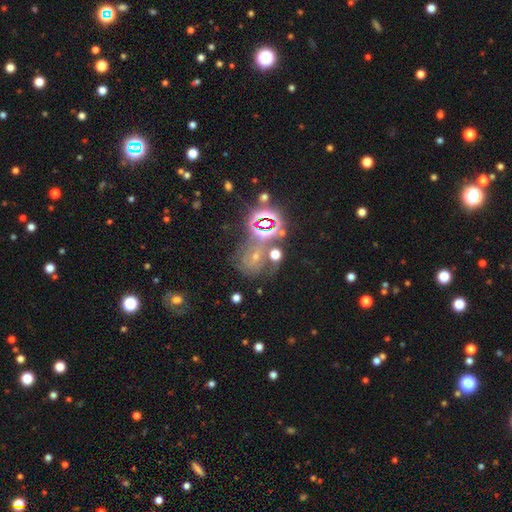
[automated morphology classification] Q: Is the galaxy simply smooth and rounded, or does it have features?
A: star or artifact — 64%.